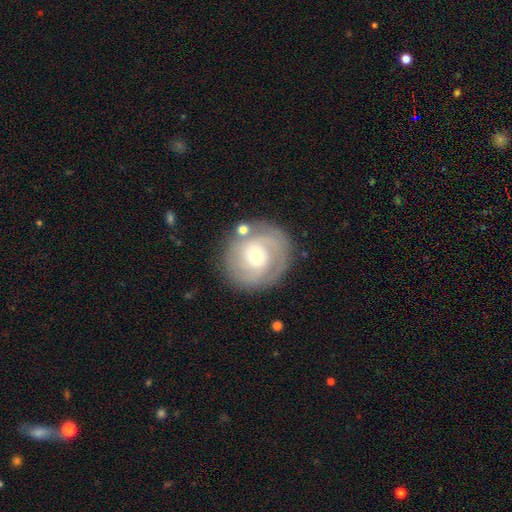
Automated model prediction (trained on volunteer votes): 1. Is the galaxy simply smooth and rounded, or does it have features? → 72% featured or disk, 22% smooth, 6% star or artifact.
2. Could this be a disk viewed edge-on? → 97% no, 3% yes.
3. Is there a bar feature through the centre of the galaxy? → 58% no, 34% weak, 8% strong.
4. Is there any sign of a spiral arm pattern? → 86% yes, 14% no.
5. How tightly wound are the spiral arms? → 59% tight, 31% medium, 10% loose.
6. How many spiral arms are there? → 48% 2, 25% can't tell, 15% 3, 6% 1, 4% 4, 3% more than 4.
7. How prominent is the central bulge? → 55% moderate, 39% small, 4% large, 1% dominant, 1% none.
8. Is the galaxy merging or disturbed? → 77% none, 12% minor disturbance, 5% major disturbance, 5% merger.